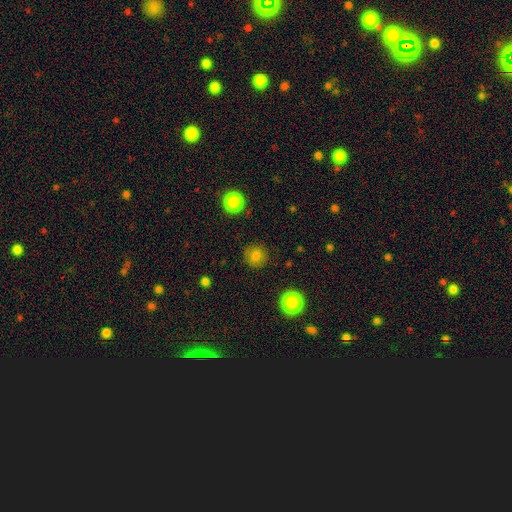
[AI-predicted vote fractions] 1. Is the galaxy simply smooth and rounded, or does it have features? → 80% smooth, 13% star or artifact, 7% featured or disk.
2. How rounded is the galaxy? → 93% round, 6% in between, 1% cigar-shaped.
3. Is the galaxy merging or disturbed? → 87% none, 8% minor disturbance, 3% major disturbance, 1% merger.